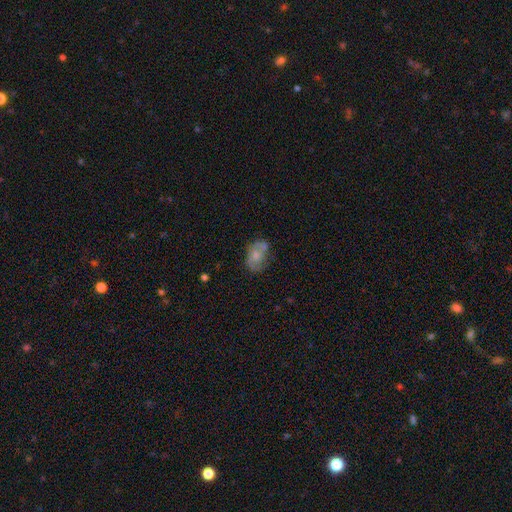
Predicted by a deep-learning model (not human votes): smooth 51%, featured or disk 41%, star or artifact 8%. Down the decision tree: how rounded — in between (80%); merging — none (47%).